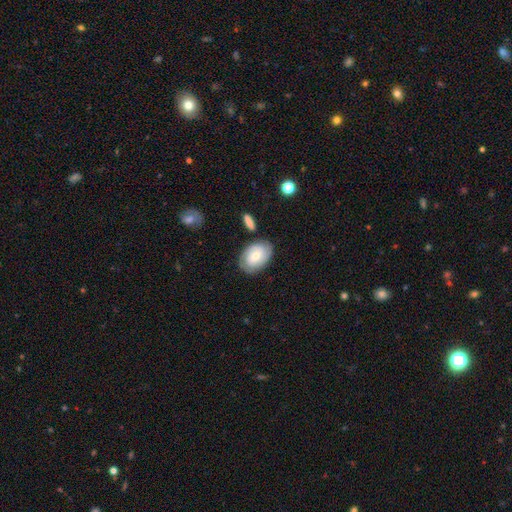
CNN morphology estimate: smooth_or_featured: featured or disk (p=0.47) [alt: smooth p=0.46]
merging: none (p=0.75) [alt: minor disturbance p=0.16]